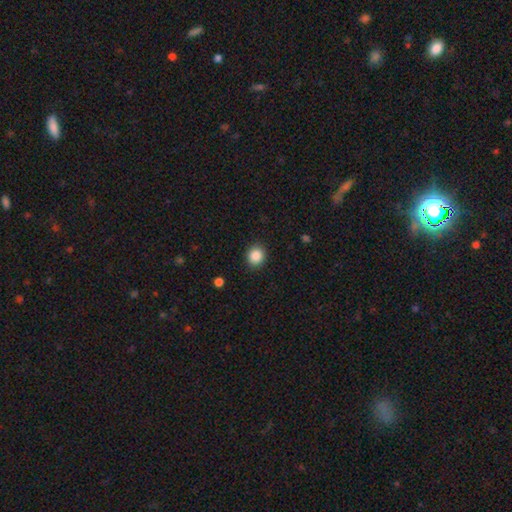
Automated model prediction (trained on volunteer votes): smooth 87%, star or artifact 9%, featured or disk 4%. Down the decision tree: how rounded — round (76%); merging — none (90%).